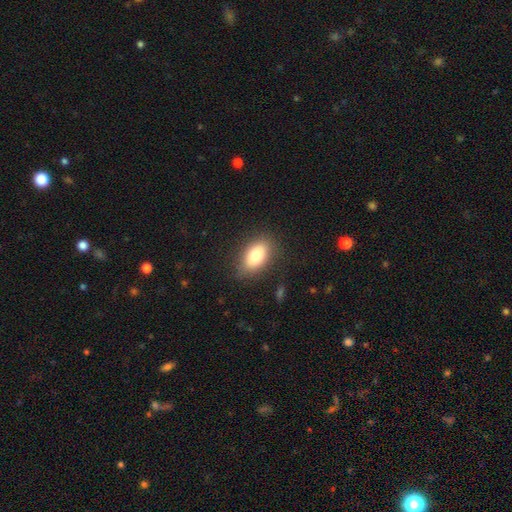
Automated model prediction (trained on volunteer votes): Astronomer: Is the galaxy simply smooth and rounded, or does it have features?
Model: smooth — 81%.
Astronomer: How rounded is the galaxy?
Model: in between — 90%.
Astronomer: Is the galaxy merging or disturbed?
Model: none — 82%.